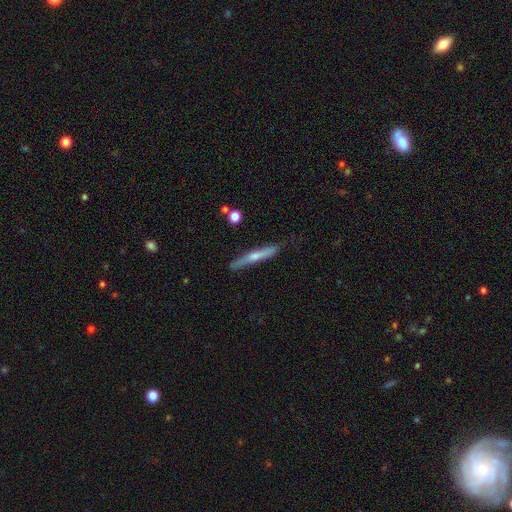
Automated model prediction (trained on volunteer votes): This is possibly a featured or disk galaxy (49%). Merging: clearly none (82%).